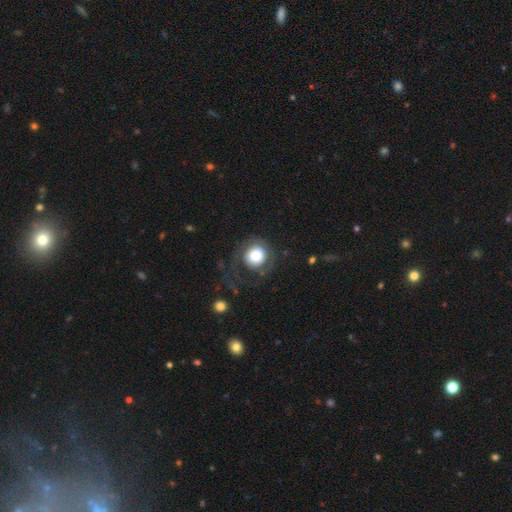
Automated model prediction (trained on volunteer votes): This is likely a smooth galaxy (69%). How rounded: clearly round (87%). Merging: possibly none (50%).